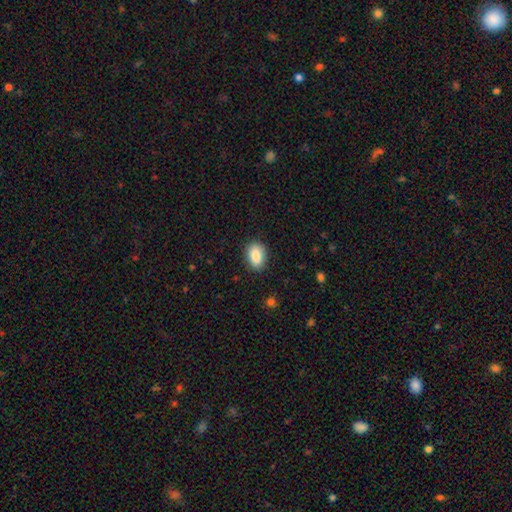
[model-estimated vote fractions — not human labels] The model was most divided on "how rounded": in between: 84%, round: 14%, cigar-shaped: 2%. More confident: merging — none (87%); smooth or featured — smooth (87%).